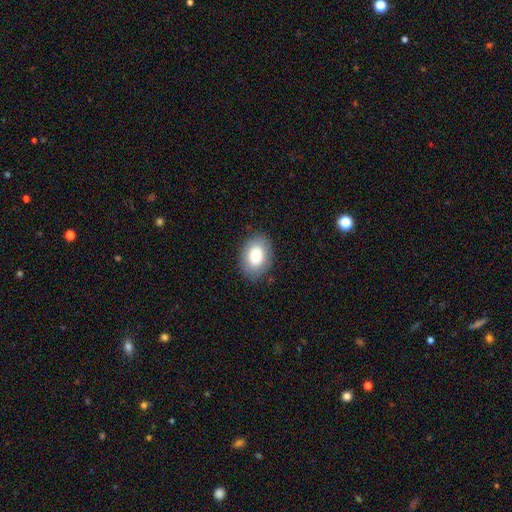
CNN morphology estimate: A smooth galaxy with no disk features (80%) that is in between round and cigar-shaped (77%). Merging: none (85%).